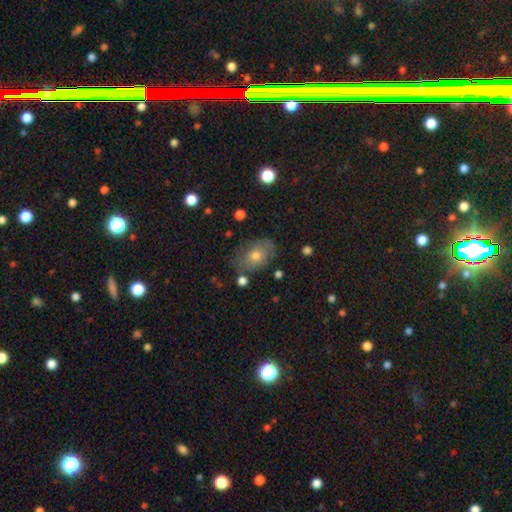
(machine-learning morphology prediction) smooth 56%, featured or disk 31%, star or artifact 13%. Down the decision tree: how rounded — in between (75%); merging — none (73%).